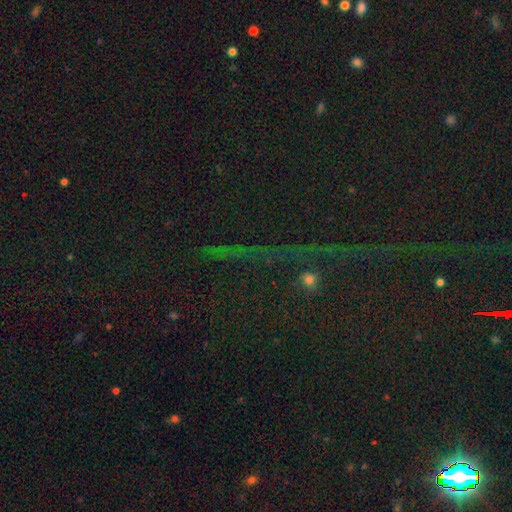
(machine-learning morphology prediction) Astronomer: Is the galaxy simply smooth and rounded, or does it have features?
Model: star or artifact — 82%.